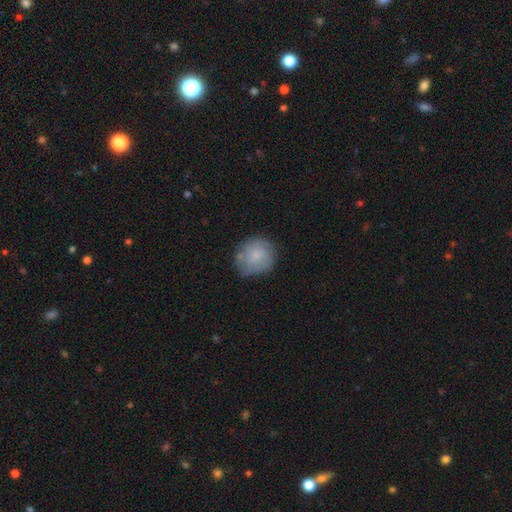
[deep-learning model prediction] smooth-or-featured: smooth: 65% | featured or disk: 28% | star or artifact: 7%
  how-rounded: round: 85% | in between: 14% | cigar-shaped: 1%
  merging: none: 67% | minor disturbance: 24% | major disturbance: 6% | merger: 3%